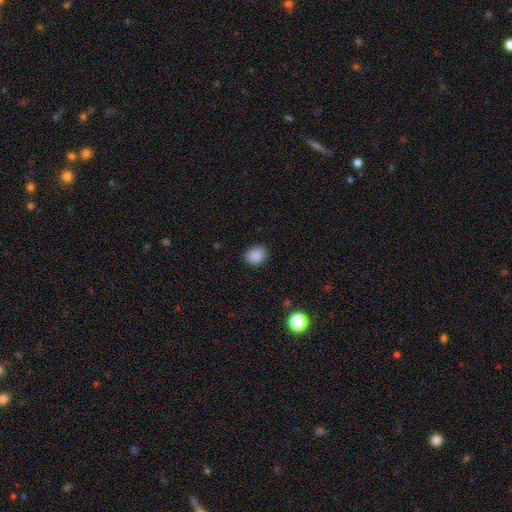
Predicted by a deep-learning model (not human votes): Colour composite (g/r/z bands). It shows a smooth galaxy with no disk features (87%) that is round (64%). Merging: none (83%).